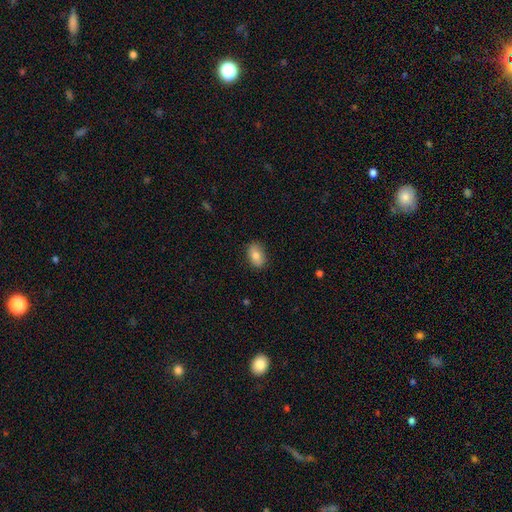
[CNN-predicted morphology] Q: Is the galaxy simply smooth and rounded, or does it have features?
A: smooth — 81%.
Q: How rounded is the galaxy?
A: in between — 87%.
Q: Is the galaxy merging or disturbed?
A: none — 86%.